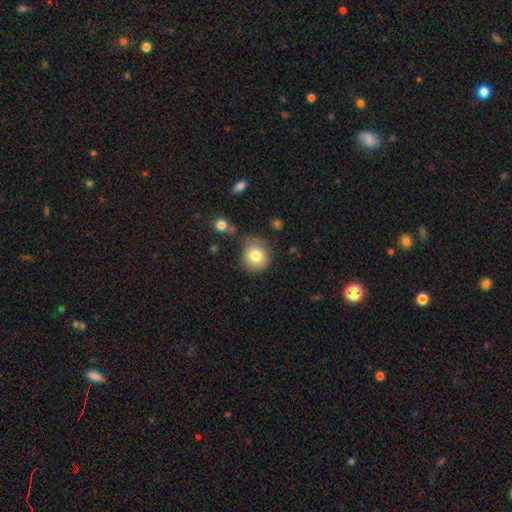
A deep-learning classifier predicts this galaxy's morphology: Smooth or featured? smooth (80%)
How rounded? round (87%)
Merging? none (70%)